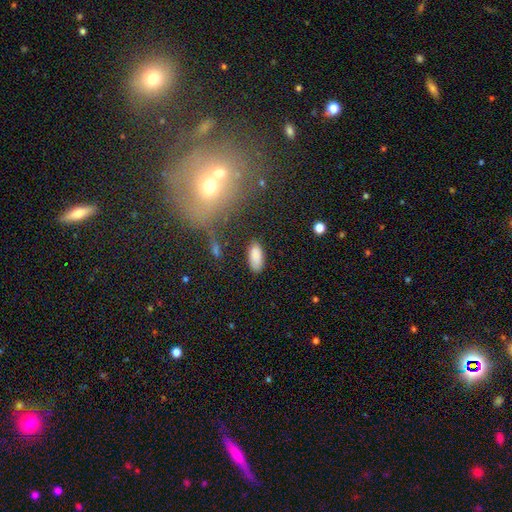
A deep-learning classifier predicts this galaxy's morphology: Smooth or featured? Predicted: smooth (p=0.87). How rounded? Predicted: in between (p=0.89). Merging? Predicted: none (p=0.82).